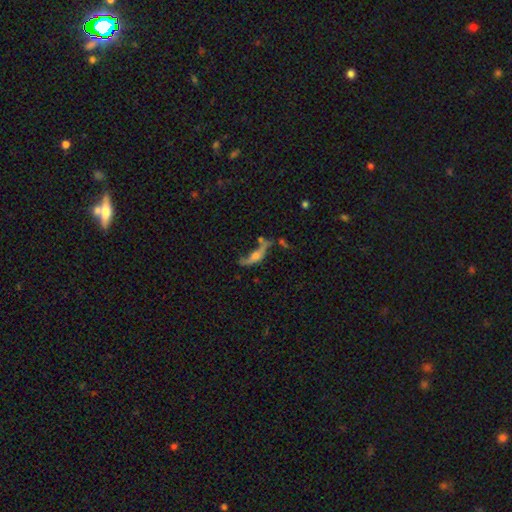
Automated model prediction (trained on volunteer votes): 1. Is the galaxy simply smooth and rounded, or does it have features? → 61% featured or disk, 28% smooth, 11% star or artifact.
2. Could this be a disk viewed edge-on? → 52% yes, 48% no.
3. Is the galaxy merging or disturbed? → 33% none, 27% major disturbance, 21% merger, 19% minor disturbance.